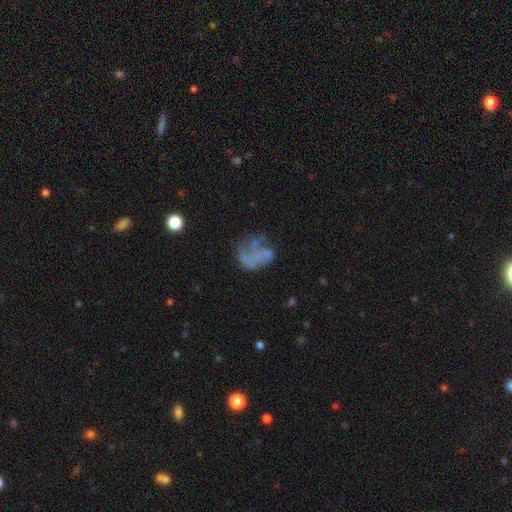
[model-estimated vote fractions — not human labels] This appears to be a featured or disk galaxy (51%) with no bar (92%), no spiral arms (82%) and no central bulge (85%). Merging: major disturbance (37%).